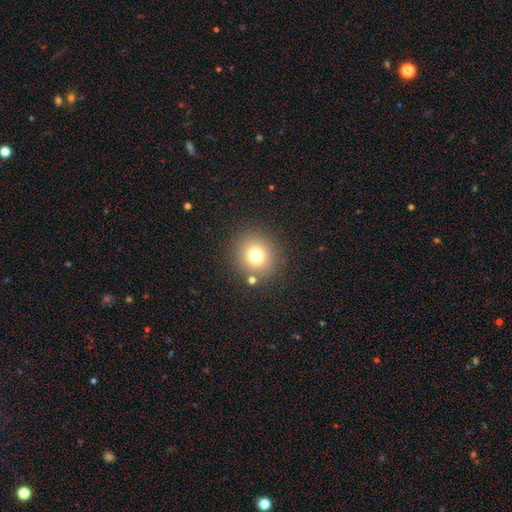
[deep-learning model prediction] Smooth or featured? Predicted: smooth (p=0.74). How rounded? Predicted: round (p=0.88). Merging? Predicted: none (p=0.85).